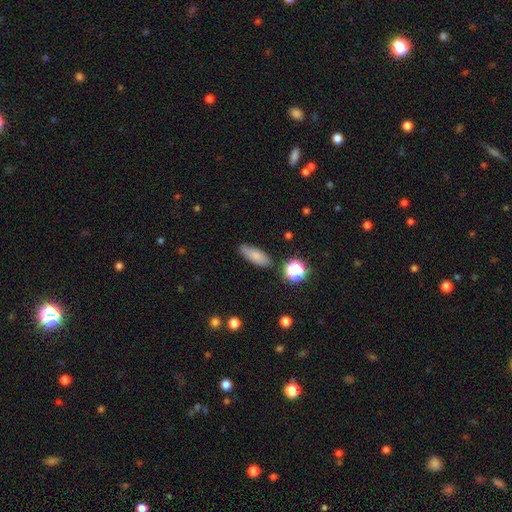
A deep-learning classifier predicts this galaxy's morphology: Smooth or featured? Predicted: smooth (p=0.80). How rounded? Predicted: in between (p=0.67). Merging? Predicted: none (p=0.80).